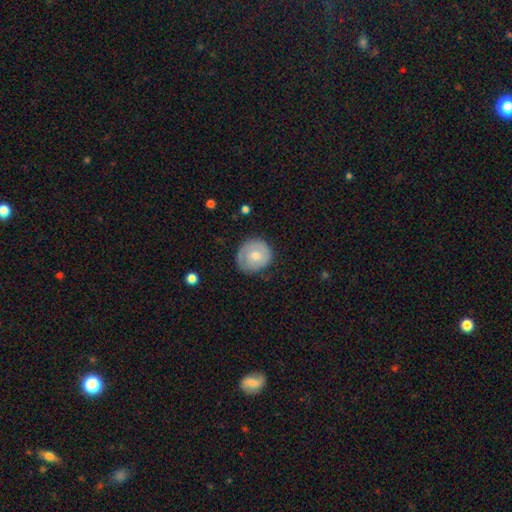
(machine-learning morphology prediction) Smooth or featured?
  - smooth: 55% *
  - featured or disk: 39%
  - star or artifact: 6%
How rounded?
  - round: 86% *
  - in between: 13%
  - cigar-shaped: 1%
Merging?
  - none: 76% *
  - minor disturbance: 18%
  - major disturbance: 5%
  - merger: 1%